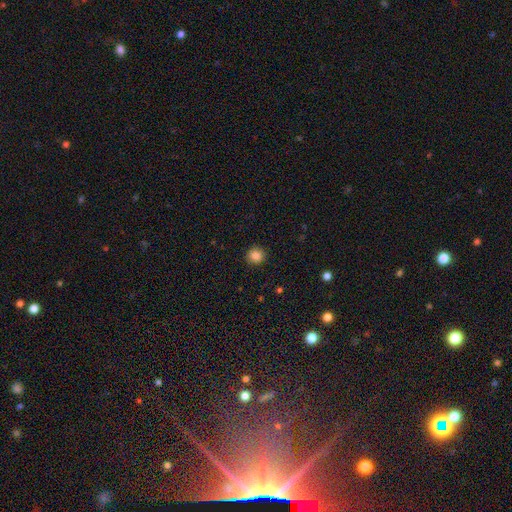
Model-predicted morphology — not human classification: Q: Smooth or featured?
A: smooth (84%); runner-up: star or artifact (11%)
Q: How rounded?
A: round (92%); runner-up: in between (7%)
Q: Merging?
A: none (91%); runner-up: minor disturbance (6%)